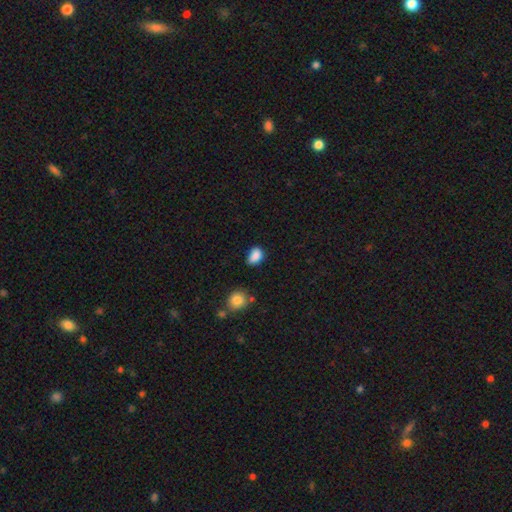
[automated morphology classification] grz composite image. It shows a smooth galaxy with no disk features (85%) that is in between round and cigar-shaped (79%). Merging: none (59%).